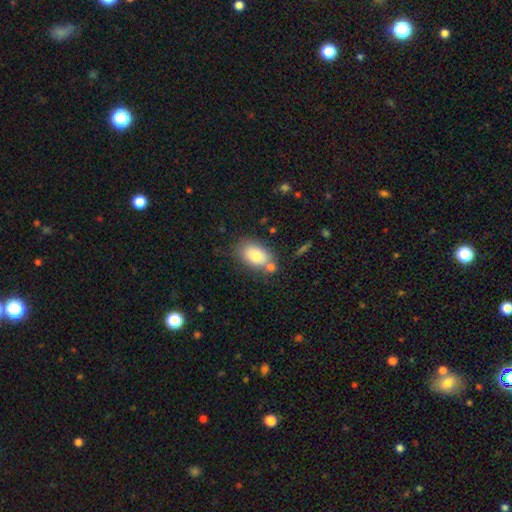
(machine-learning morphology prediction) smooth 80%, featured or disk 12%, star or artifact 8%. Down the decision tree: how rounded — in between (89%); merging — none (68%).